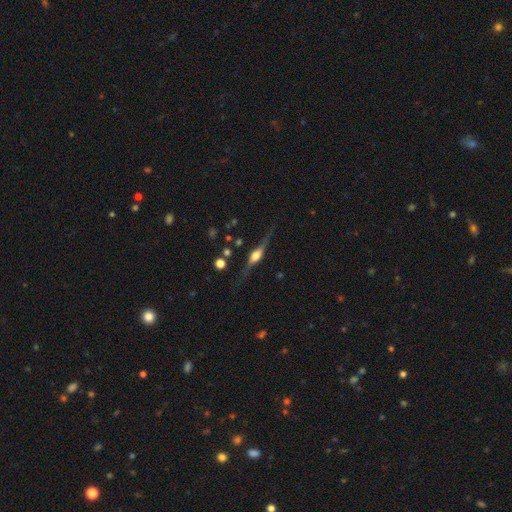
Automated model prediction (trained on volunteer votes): smooth_or_featured: featured or disk (p=0.80) [alt: smooth p=0.14]
disk_edge_on: yes (p=0.96) [alt: no p=0.04]
edge_on_bulge: rounded (p=0.90) [alt: boxy p=0.08]
merging: none (p=0.78) [alt: minor disturbance p=0.14]